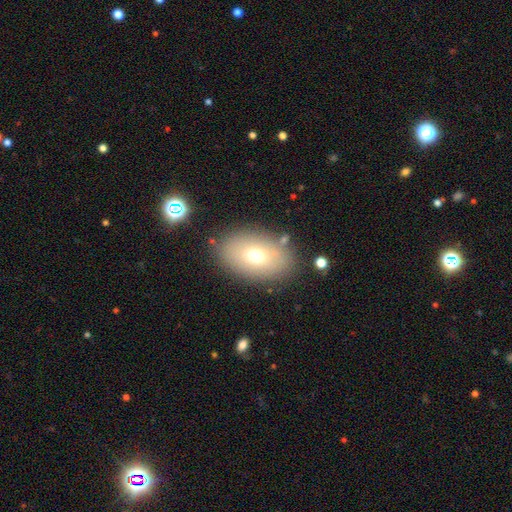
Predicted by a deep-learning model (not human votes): This is likely a smooth galaxy (69%). How rounded: clearly in between (85%). Merging: clearly none (82%).